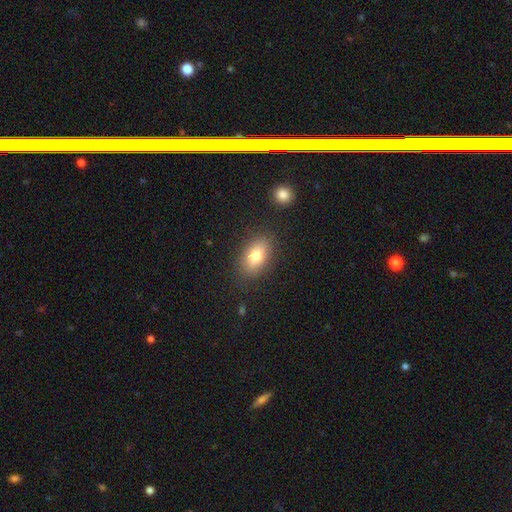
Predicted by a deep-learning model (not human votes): Q: Smooth or featured?
A: smooth (79%); runner-up: featured or disk (12%)
Q: How rounded?
A: in between (87%); runner-up: round (10%)
Q: Merging?
A: none (84%); runner-up: minor disturbance (10%)